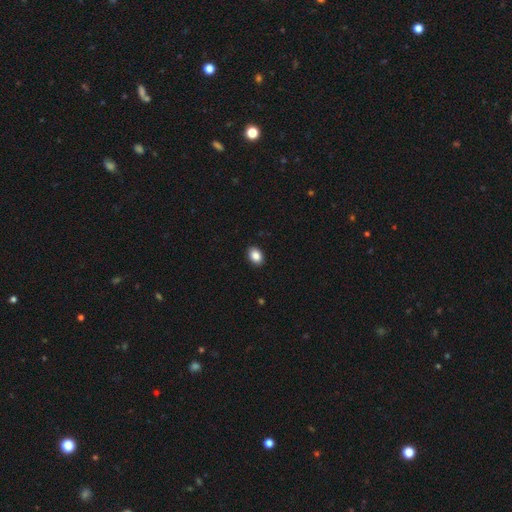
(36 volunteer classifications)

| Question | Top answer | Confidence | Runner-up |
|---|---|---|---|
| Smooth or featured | smooth | 92% | star or artifact (6%) |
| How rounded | in between | 88% | round (9%) |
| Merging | none | 91% | minor disturbance (9%) |